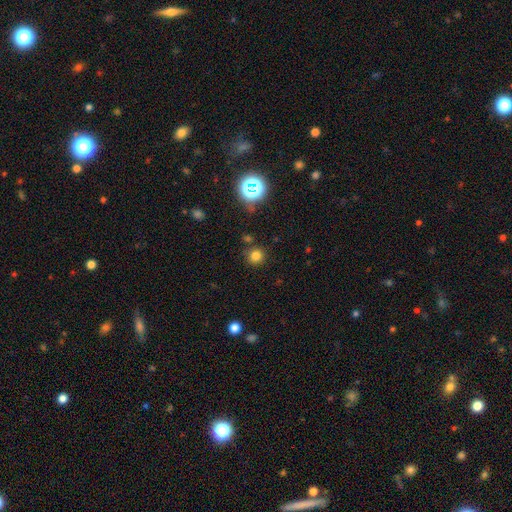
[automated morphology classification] Q: Smooth or featured?
A: smooth (75%); runner-up: star or artifact (19%)
Q: How rounded?
A: round (92%); runner-up: in between (7%)
Q: Merging?
A: none (82%); runner-up: minor disturbance (9%)